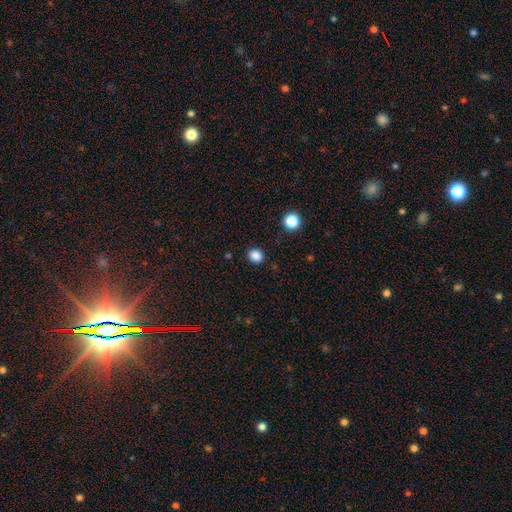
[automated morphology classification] This appears to be a smooth galaxy with no disk features (85%) that is round (72%). Merging: none (89%).